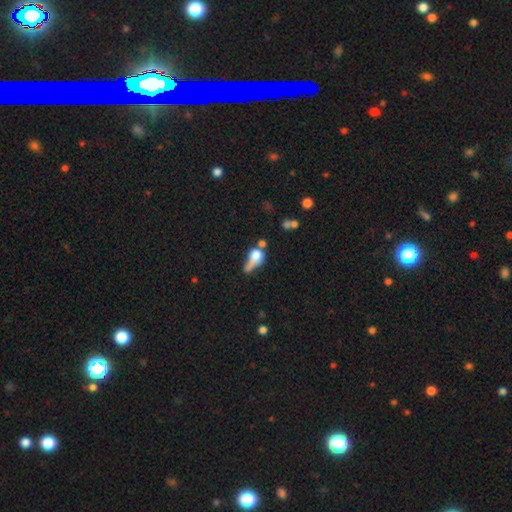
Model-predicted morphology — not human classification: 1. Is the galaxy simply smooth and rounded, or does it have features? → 64% smooth, 24% featured or disk, 12% star or artifact.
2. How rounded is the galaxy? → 48% in between, 40% round, 12% cigar-shaped.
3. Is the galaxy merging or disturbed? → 32% merger, 27% major disturbance, 21% none, 20% minor disturbance.